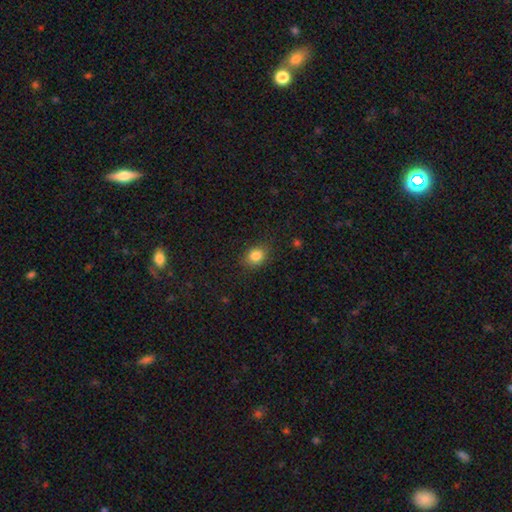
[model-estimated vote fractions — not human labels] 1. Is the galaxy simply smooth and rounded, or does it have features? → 84% smooth, 10% star or artifact, 5% featured or disk.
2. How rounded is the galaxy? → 50% round, 48% in between, 1% cigar-shaped.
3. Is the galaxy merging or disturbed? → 83% none, 13% minor disturbance, 3% major disturbance, 1% merger.